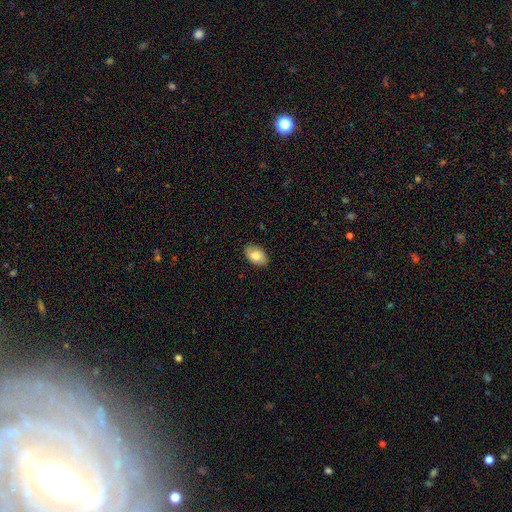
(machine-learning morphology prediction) type=smooth (80%); roundness=in between (90%); merging=none (87%).